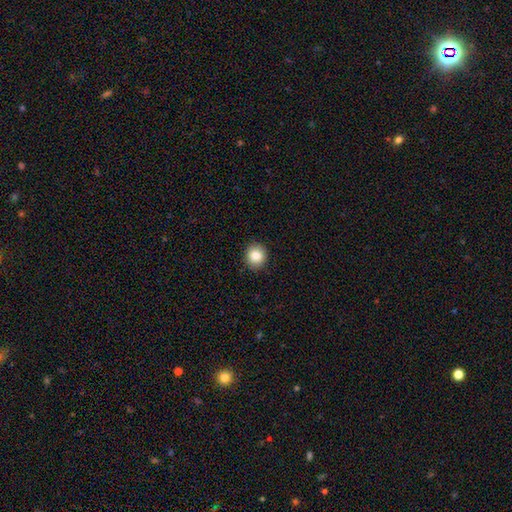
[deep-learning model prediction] This appears to be a smooth galaxy with no disk features (85%) that is round (87%). Merging: none (91%).